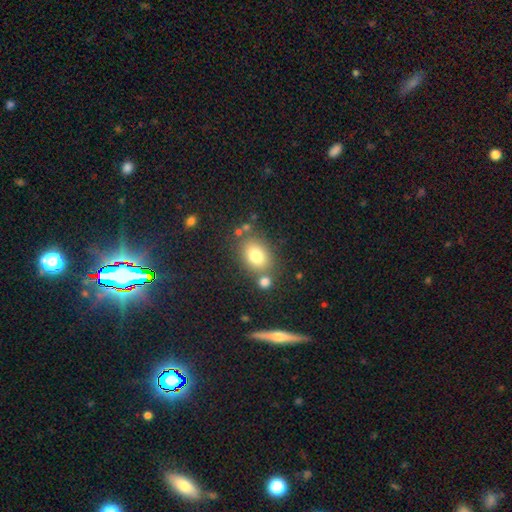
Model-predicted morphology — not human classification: smooth 77%, featured or disk 12%, star or artifact 11%. Down the decision tree: how rounded — in between (62%); merging — none (69%).